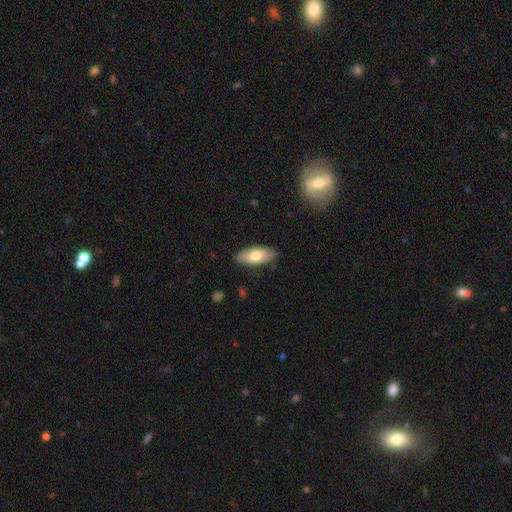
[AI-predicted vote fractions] Smooth or featured?
  - smooth: 72% *
  - featured or disk: 23%
  - star or artifact: 6%
How rounded?
  - in between: 81% *
  - cigar-shaped: 17%
  - round: 2%
Merging?
  - none: 85% *
  - minor disturbance: 11%
  - major disturbance: 2%
  - merger: 1%